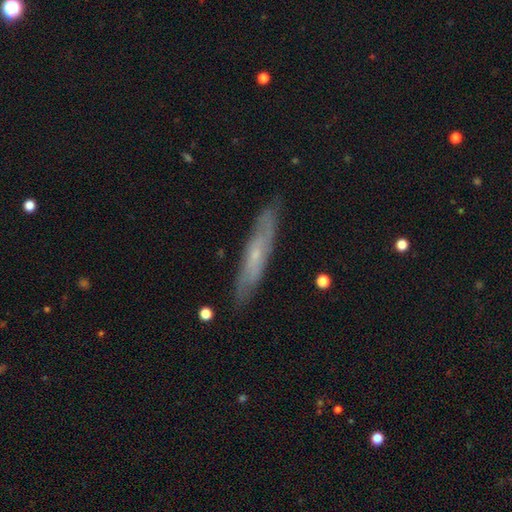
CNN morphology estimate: Smooth or featured? Predicted: featured or disk (p=0.59). Edge-on disk? Predicted: yes (p=0.62). Merging? Predicted: none (p=0.84).